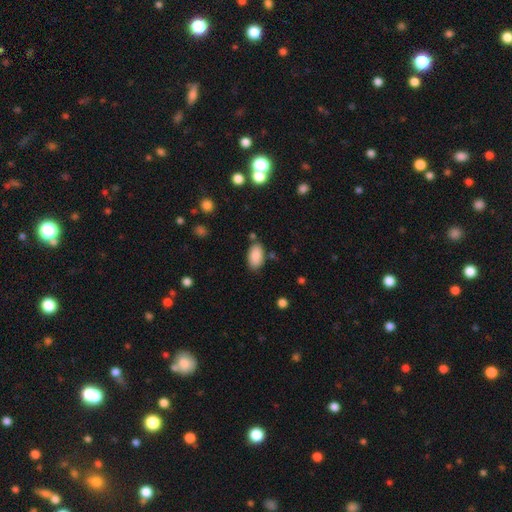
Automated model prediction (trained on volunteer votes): A smooth galaxy with no disk features (89%) that is in between round and cigar-shaped (95%).

Vote fractions:
- Smooth or featured? smooth: 89% / star or artifact: 7% / featured or disk: 4%
- How rounded? in between: 95% / round: 3% / cigar-shaped: 2%
- Merging? none: 80% / minor disturbance: 13% / merger: 4% / major disturbance: 3%